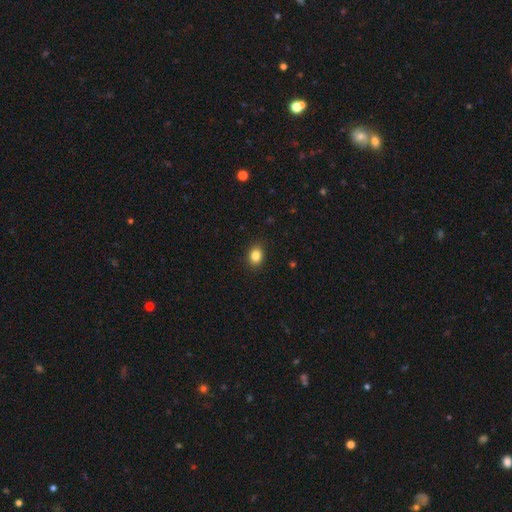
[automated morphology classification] Overall: smooth (85%). How rounded: in between (55%; round 44%). Merging: none (90%).